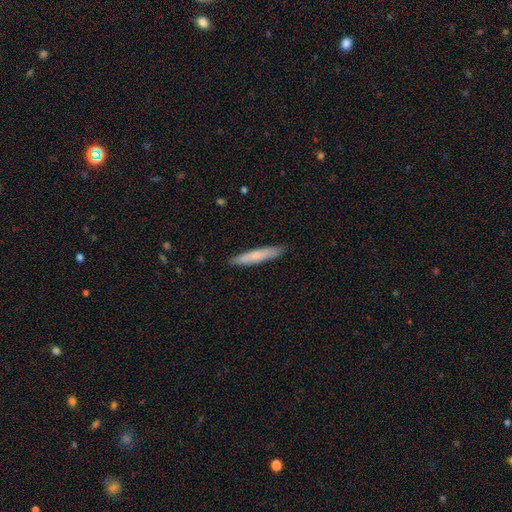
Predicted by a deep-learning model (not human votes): Overall: smooth (67%). How rounded: cigar-shaped (92%). Merging: none (90%).